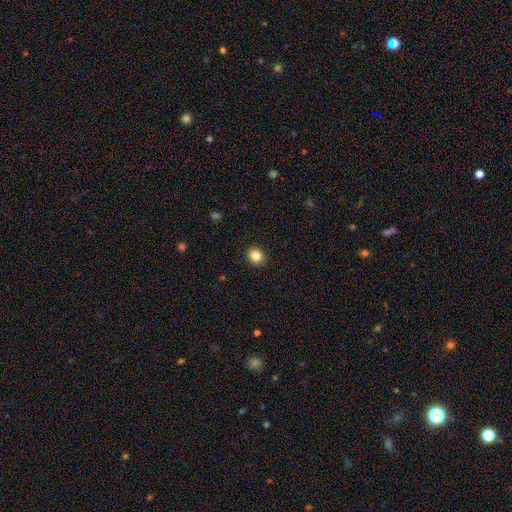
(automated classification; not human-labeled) Overall: smooth (86%). How rounded: round (69%; in between 30%). Merging: none (91%).